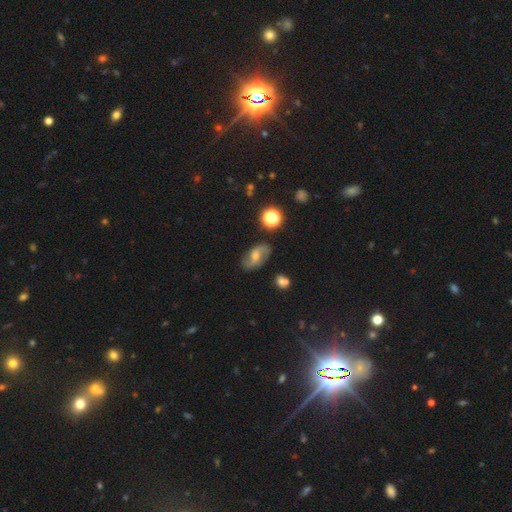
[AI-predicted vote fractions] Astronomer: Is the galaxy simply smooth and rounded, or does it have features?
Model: featured or disk — 71%.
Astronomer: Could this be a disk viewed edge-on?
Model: no — 96%.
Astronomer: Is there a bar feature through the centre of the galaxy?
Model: no — 45% (runner-up: weak, 43%).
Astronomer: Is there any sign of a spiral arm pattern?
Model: yes — 92%.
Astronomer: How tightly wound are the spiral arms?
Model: loose — 51% (runner-up: medium, 36%).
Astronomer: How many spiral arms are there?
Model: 2 — 90%.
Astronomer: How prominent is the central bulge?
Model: moderate — 52% (runner-up: small, 38%).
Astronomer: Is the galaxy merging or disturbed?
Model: none — 78%.